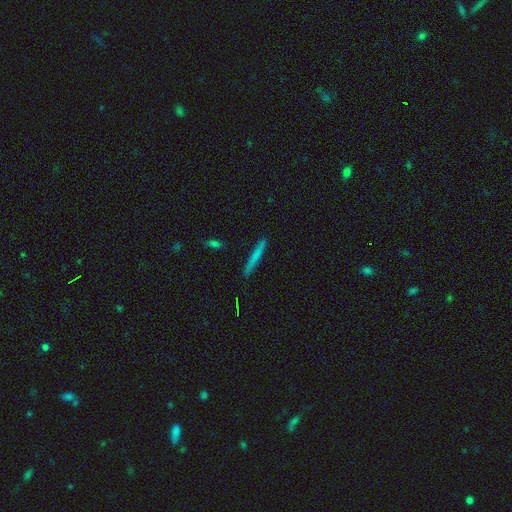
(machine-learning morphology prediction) smooth-or-featured: smooth: 68% | featured or disk: 24% | star or artifact: 7%
  how-rounded: cigar-shaped: 96% | in between: 3% | round: 2%
  merging: none: 88% | minor disturbance: 8% | major disturbance: 2% | merger: 2%